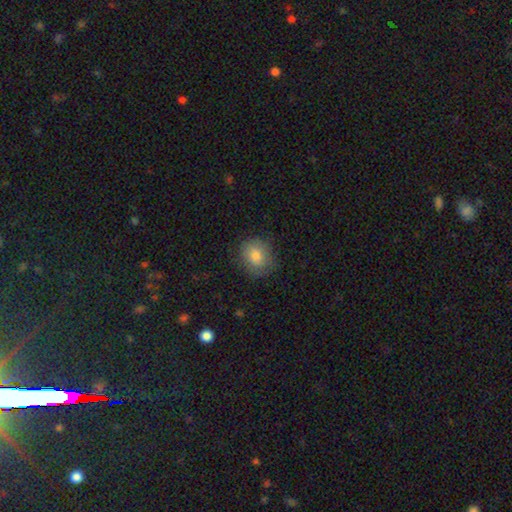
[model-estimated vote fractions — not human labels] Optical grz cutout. It shows a smooth galaxy with no disk features (81%) that is round (73%). Merging: none (80%).